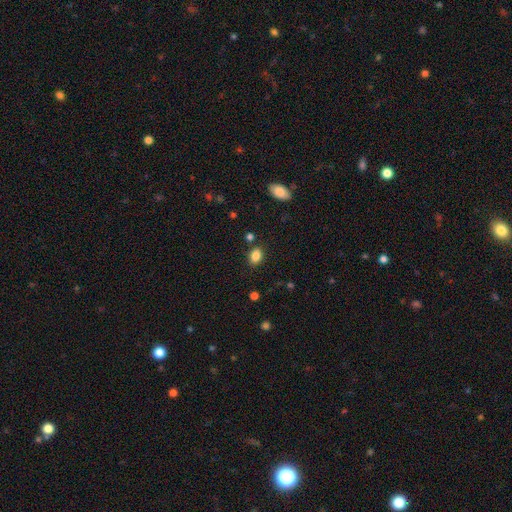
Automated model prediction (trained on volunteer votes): smooth-or-featured: smooth: 85% | star or artifact: 10% | featured or disk: 5%
  how-rounded: in between: 74% | round: 24% | cigar-shaped: 1%
  merging: none: 82% | minor disturbance: 11% | merger: 4% | major disturbance: 3%